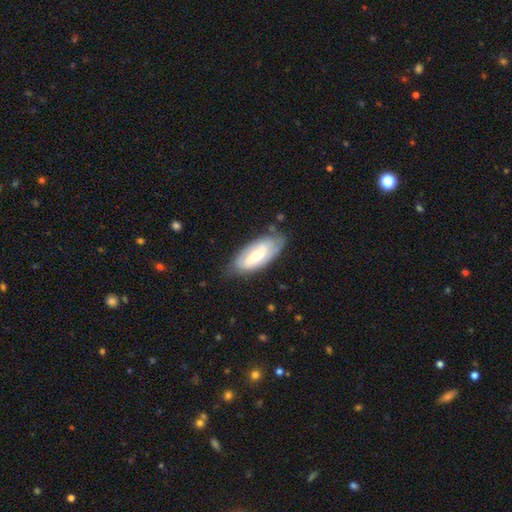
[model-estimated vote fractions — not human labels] This is possibly a featured or disk galaxy (58%). It is clearly not viewed edge-on (90%). Bar: marginally weak (42%, tied with no). Spiral arm pattern: likely yes (75%). Central bulge: possibly moderate (59%). Merging: likely none (69%).